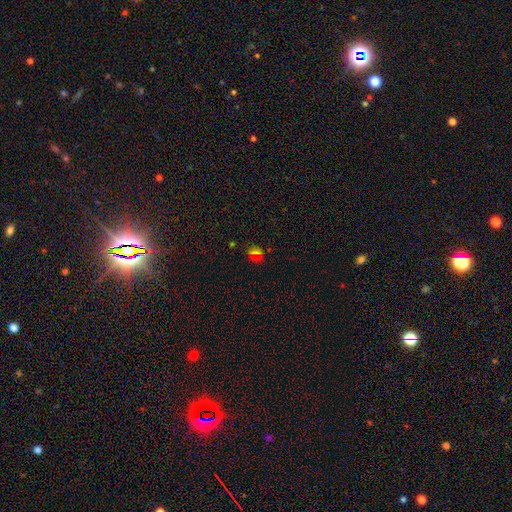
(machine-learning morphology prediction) smooth 53%, star or artifact 39%, featured or disk 8%. Down the decision tree: how rounded — round (60%); merging — none (84%).